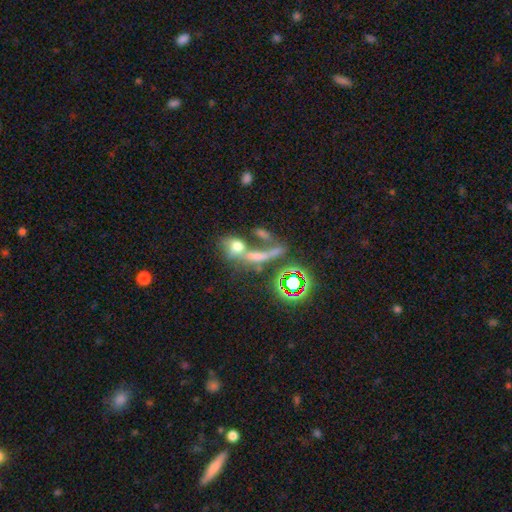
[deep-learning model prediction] Morphology: type=smooth (45%); merging=merger (45%).